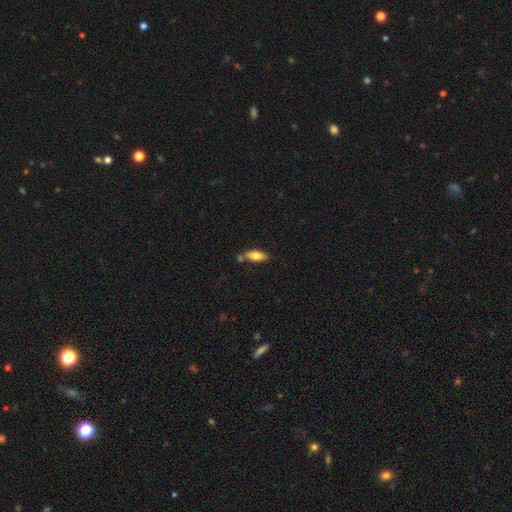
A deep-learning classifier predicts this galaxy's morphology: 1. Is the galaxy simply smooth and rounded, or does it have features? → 70% smooth, 23% featured or disk, 7% star or artifact.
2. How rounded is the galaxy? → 71% in between, 27% cigar-shaped, 3% round.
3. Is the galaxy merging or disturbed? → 66% none, 15% merger, 15% minor disturbance, 4% major disturbance.